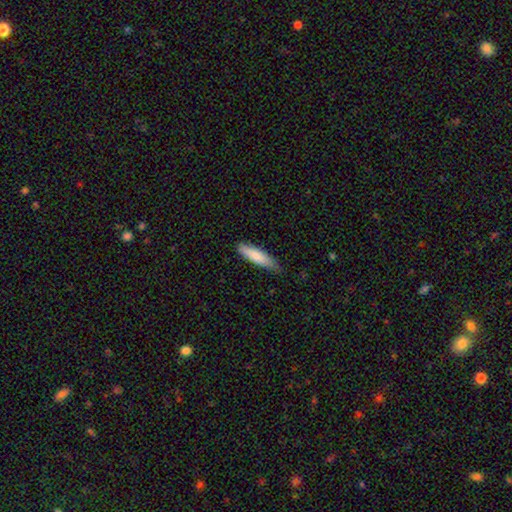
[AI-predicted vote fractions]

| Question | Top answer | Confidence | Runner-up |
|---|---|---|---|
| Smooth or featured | smooth | 82% | featured or disk (13%) |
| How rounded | cigar-shaped | 70% | in between (29%) |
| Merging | none | 72% | minor disturbance (24%) |